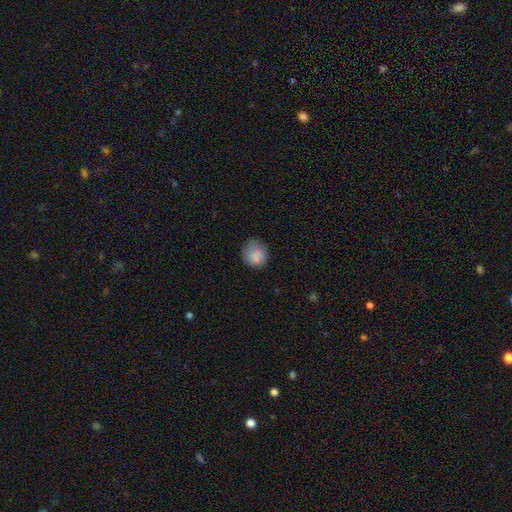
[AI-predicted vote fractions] Morphology: type=smooth (83%); roundness=round (81%); merging=none (67%).